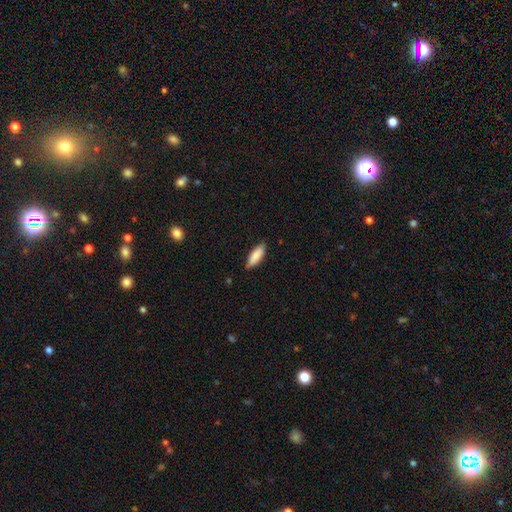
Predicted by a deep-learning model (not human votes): The model was most divided on "how rounded": in between: 65%, cigar-shaped: 33%, round: 2%. More confident: smooth or featured — smooth (86%); merging — none (84%).